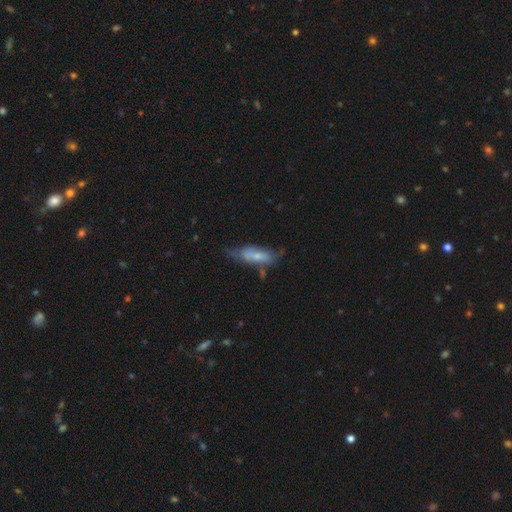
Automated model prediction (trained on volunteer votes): Overall: smooth (53%; featured or disk 40%). How rounded: in between (66%; cigar-shaped 32%). Merging: none (42%; minor disturbance 33%).